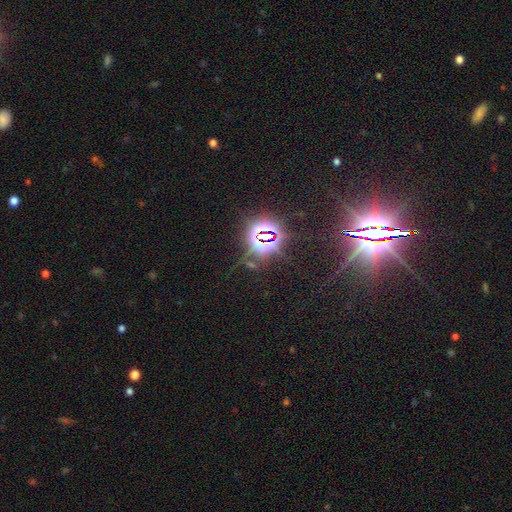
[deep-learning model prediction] Overall: star or artifact (84%).